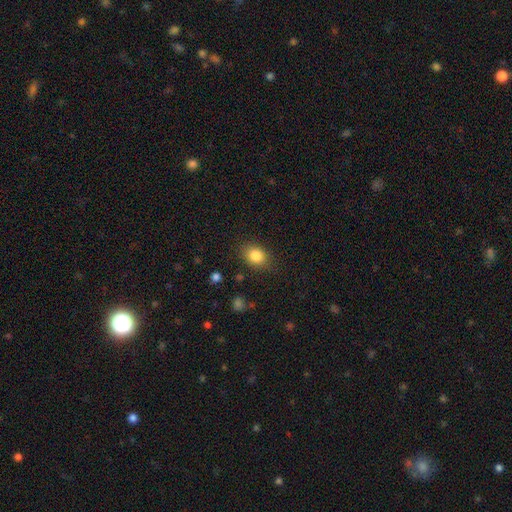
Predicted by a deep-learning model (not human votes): A smooth galaxy with no disk features (84%) that is in between round and cigar-shaped (56%).

Vote fractions:
- Smooth or featured? smooth: 84% / star or artifact: 10% / featured or disk: 6%
- How rounded? in between: 56% / round: 43% / cigar-shaped: 1%
- Merging? none: 84% / minor disturbance: 11% / major disturbance: 3% / merger: 1%